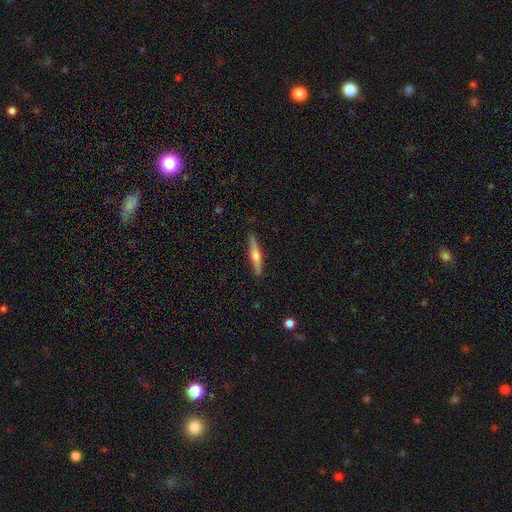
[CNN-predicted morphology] featured or disk 63%, smooth 31%, star or artifact 6%. Down the decision tree: edge-on disk — yes (97%); edge-on bulge — rounded (91%); merging — none (90%).